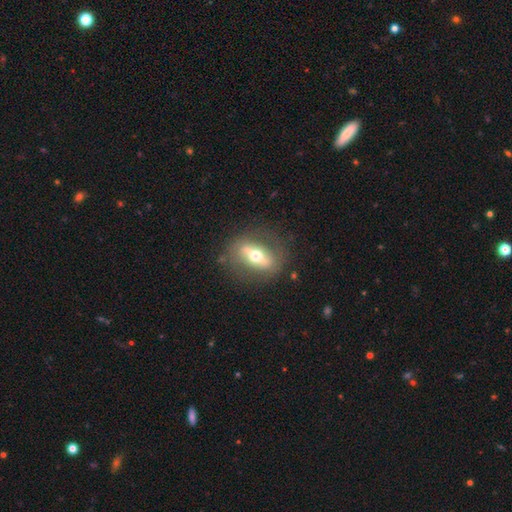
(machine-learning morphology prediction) type=featured or disk (64%); edge-on=no (66%); merging=none (79%).